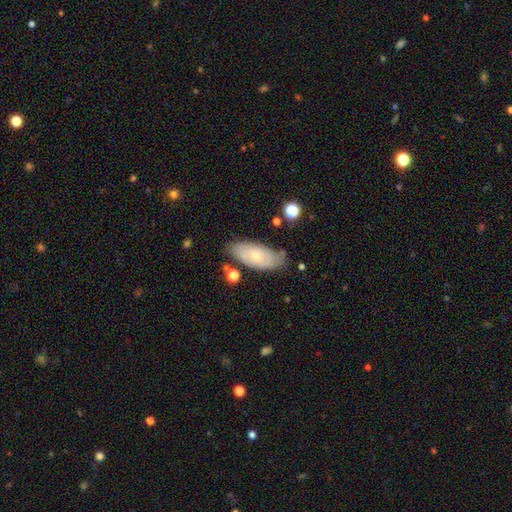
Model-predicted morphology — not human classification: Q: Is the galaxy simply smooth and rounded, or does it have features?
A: smooth — 63%.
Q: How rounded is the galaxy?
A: in between — 87%.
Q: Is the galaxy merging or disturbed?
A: none — 70%.